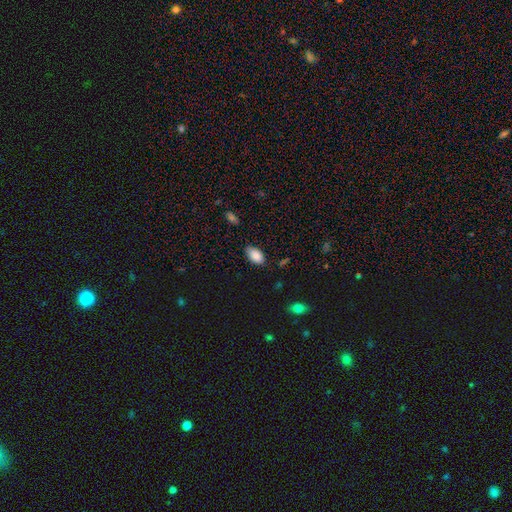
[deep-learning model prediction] Smooth or featured? Predicted: smooth (p=0.87). How rounded? Predicted: in between (p=0.94). Merging? Predicted: none (p=0.78).